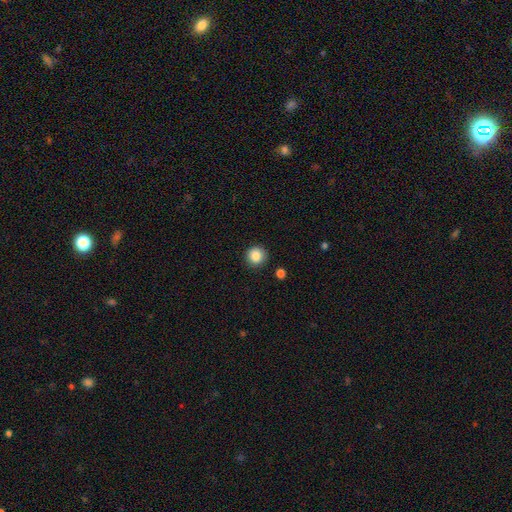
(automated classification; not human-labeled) smooth_or_featured: smooth (p=0.87) [alt: star or artifact p=0.09]
how_rounded: round (p=0.94) [alt: in between p=0.05]
merging: none (p=0.90) [alt: minor disturbance p=0.07]